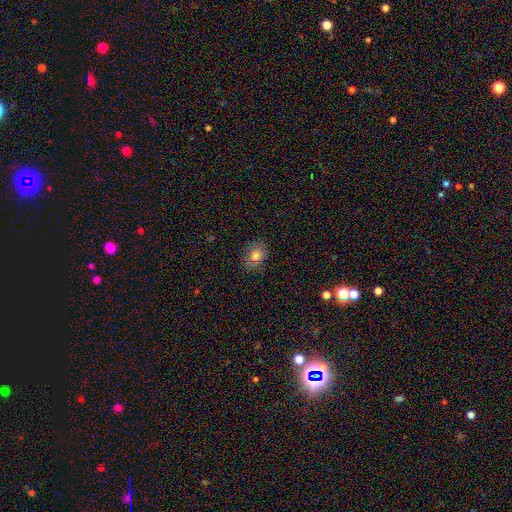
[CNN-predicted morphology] Smooth or featured?
  - smooth: 79% *
  - star or artifact: 11%
  - featured or disk: 9%
How rounded?
  - in between: 51% *
  - round: 48%
  - cigar-shaped: 1%
Merging?
  - none: 83% *
  - minor disturbance: 13%
  - major disturbance: 3%
  - merger: 1%